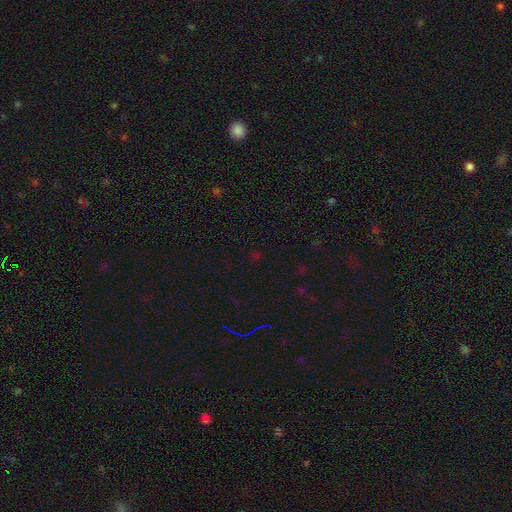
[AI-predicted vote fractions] smooth-or-featured: star or artifact: 67% | smooth: 26% | featured or disk: 7%